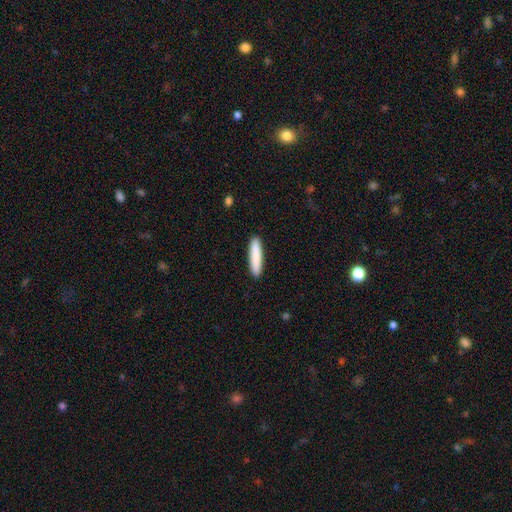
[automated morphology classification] Smooth or featured? smooth (86%)
How rounded? cigar-shaped (87%)
Merging? none (92%)